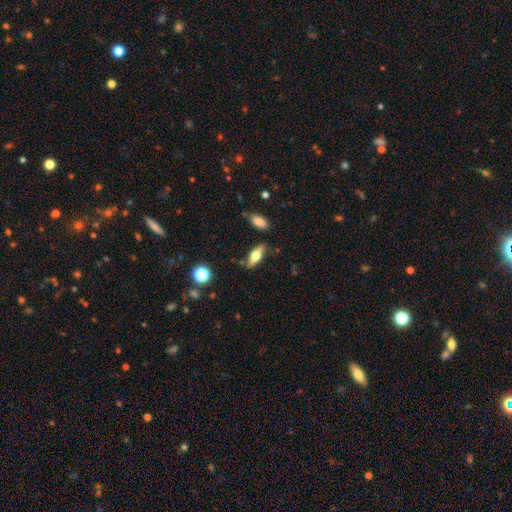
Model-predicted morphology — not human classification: smooth-or-featured: smooth: 52% | featured or disk: 41% | star or artifact: 7%
  how-rounded: in between: 61% | cigar-shaped: 36% | round: 3%
  merging: none: 79% | minor disturbance: 14% | merger: 3% | major disturbance: 3%